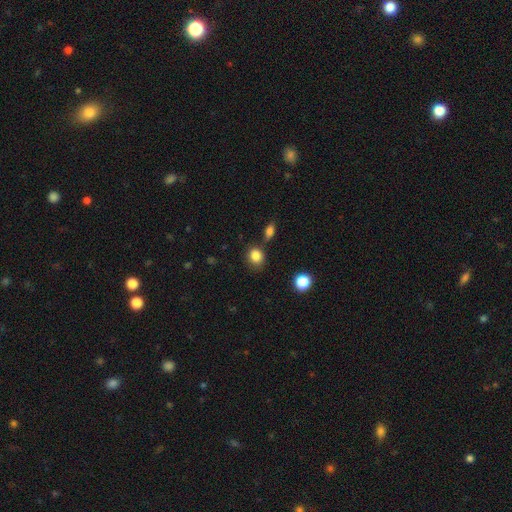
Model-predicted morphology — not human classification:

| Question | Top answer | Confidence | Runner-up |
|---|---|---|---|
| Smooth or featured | smooth | 85% | star or artifact (10%) |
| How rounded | round | 66% | in between (33%) |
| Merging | none | 75% | minor disturbance (13%) |